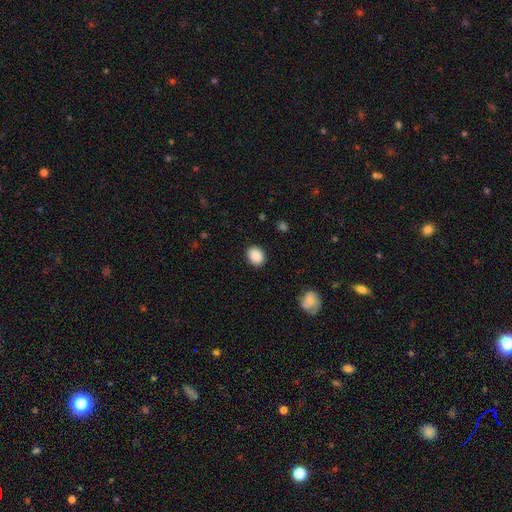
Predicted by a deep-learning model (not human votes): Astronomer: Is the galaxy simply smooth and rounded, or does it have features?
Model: smooth — 90%.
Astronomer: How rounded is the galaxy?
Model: in between — 55% (runner-up: round, 44%).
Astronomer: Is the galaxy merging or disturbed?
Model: none — 89%.